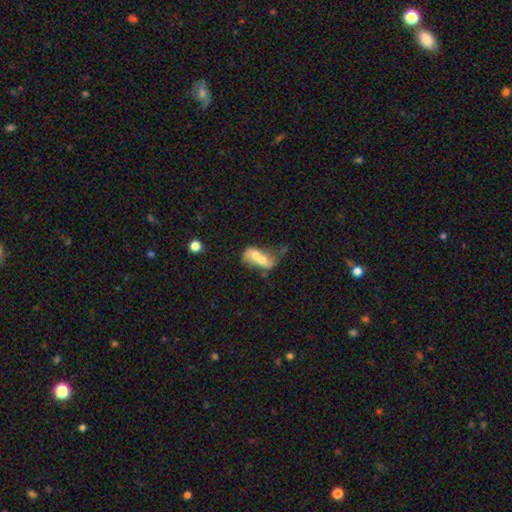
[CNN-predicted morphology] This appears to be a featured or disk galaxy (53%). Merging: merger (66%).